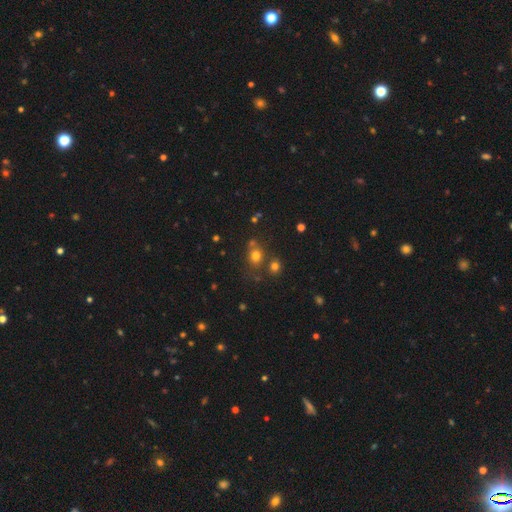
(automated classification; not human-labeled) Smooth or featured? Predicted: smooth (p=0.72). How rounded? Predicted: round (p=0.73). Merging? Predicted: none (p=0.66).